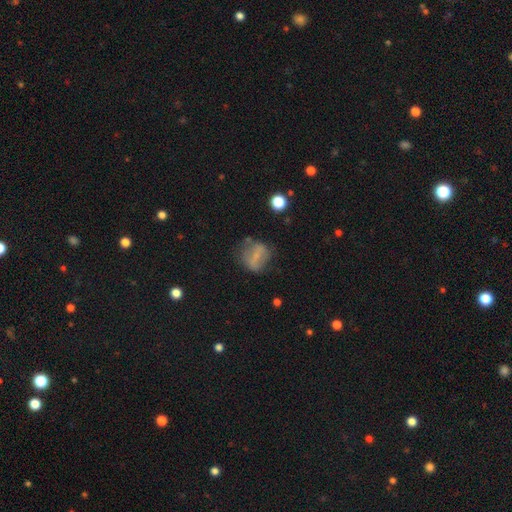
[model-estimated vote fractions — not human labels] Q: Smooth or featured?
A: smooth (53%); runner-up: featured or disk (36%)
Q: How rounded?
A: round (63%); runner-up: in between (35%)
Q: Merging?
A: none (59%); runner-up: minor disturbance (23%)